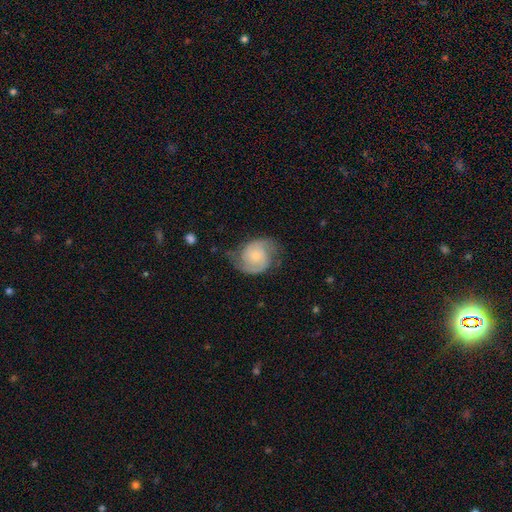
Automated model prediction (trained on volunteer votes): Smooth or featured? featured or disk (79%)
Edge-on disk? no (98%)
Bar? no (71%)
Spiral arms? yes (95%)
Spiral winding? medium (47%)
Spiral arm count? 2 (89%)
Bulge size? small (63%)
Merging? none (67%)